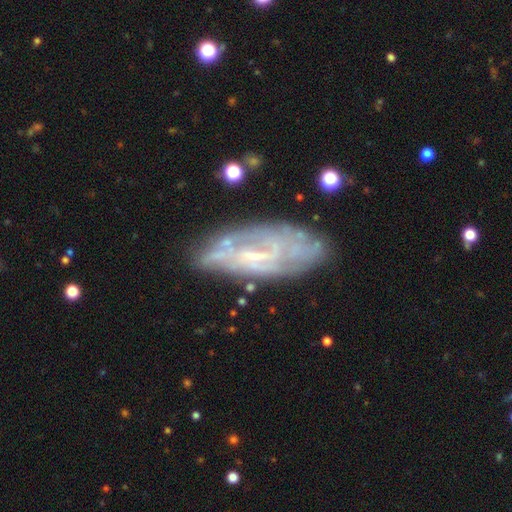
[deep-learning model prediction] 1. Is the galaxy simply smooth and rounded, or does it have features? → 73% featured or disk, 19% smooth, 9% star or artifact.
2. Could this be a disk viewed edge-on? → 87% no, 13% yes.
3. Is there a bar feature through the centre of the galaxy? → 44% no, 42% weak, 14% strong.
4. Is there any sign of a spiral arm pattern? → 65% yes, 35% no.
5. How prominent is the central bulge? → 51% small, 28% none, 19% moderate, 2% large, 1% dominant.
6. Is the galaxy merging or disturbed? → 65% none, 21% minor disturbance, 10% major disturbance, 4% merger.